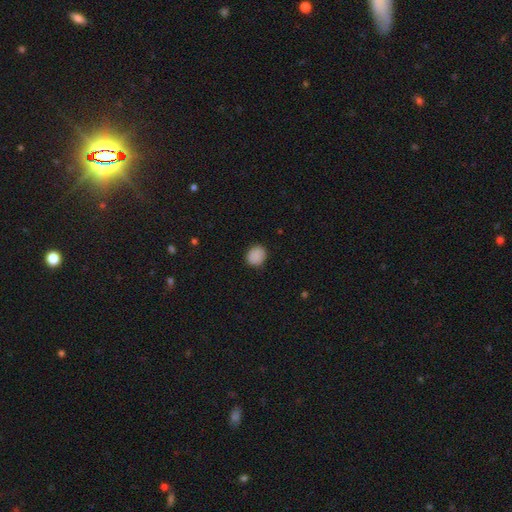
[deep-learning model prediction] smooth_or_featured: smooth (p=0.88) [alt: star or artifact p=0.09]
how_rounded: round (p=0.69) [alt: in between p=0.30]
merging: none (p=0.87) [alt: minor disturbance p=0.10]